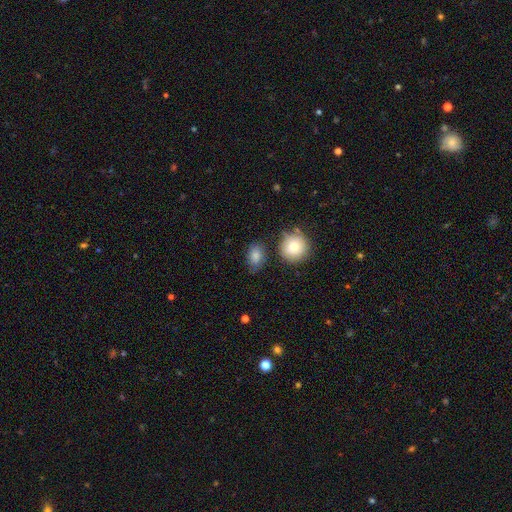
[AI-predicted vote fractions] Morphology: type=smooth (82%); roundness=in between (73%); merging=none (68%).